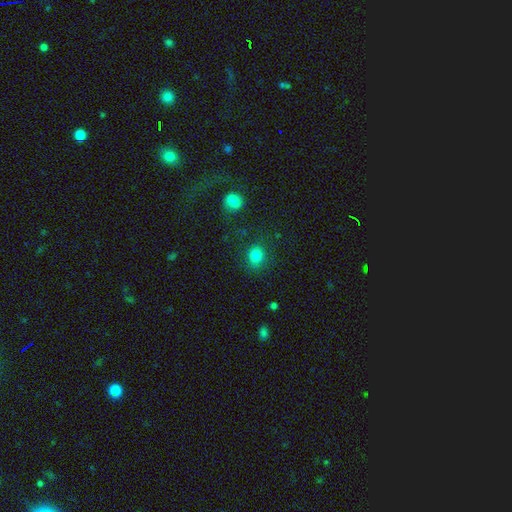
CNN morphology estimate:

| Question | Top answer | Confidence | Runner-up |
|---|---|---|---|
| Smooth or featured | smooth | 83% | star or artifact (12%) |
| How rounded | round | 71% | in between (28%) |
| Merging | none | 84% | minor disturbance (10%) |